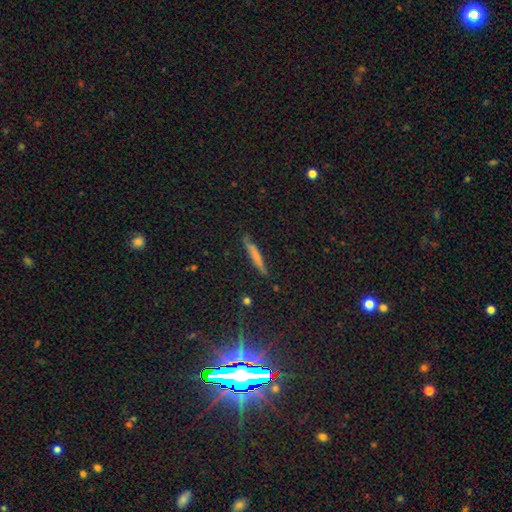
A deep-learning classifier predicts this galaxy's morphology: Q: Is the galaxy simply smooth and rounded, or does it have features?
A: smooth — 62%.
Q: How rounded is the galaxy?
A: cigar-shaped — 94%.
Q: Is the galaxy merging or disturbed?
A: none — 87%.